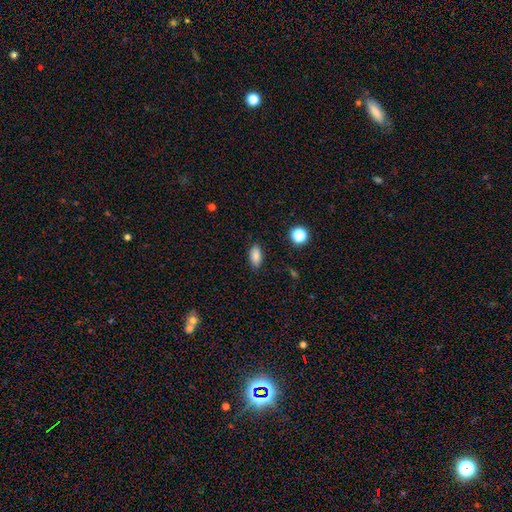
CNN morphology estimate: Overall: smooth (86%). How rounded: in between (88%). Merging: none (87%).